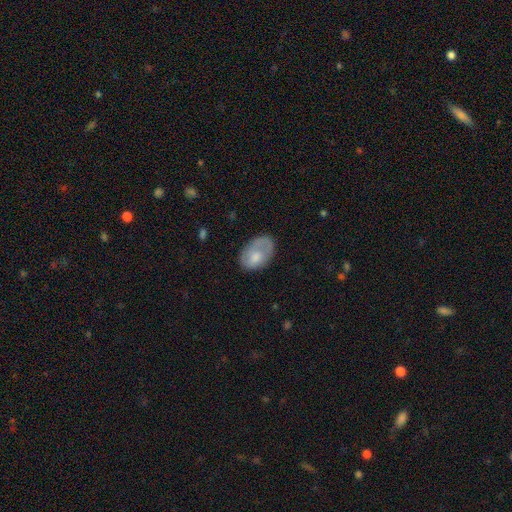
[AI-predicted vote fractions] Morphology: type=smooth (67%); roundness=in between (88%); merging=none (52%).